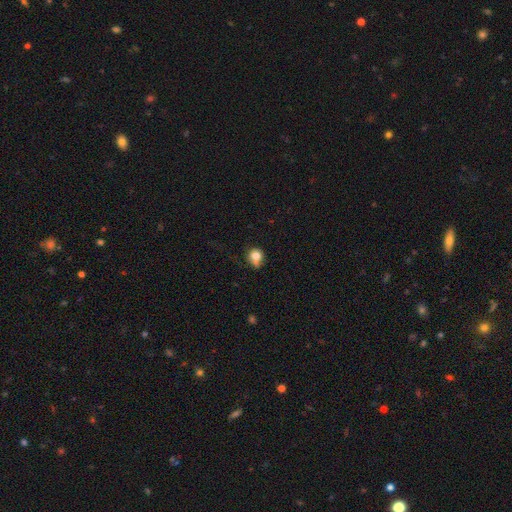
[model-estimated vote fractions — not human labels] A smooth galaxy with no disk features (76%) that is round (74%).

Vote fractions:
- Smooth or featured? smooth: 76% / featured or disk: 13% / star or artifact: 12%
- How rounded? round: 74% / in between: 25% / cigar-shaped: 1%
- Merging? none: 47% / minor disturbance: 31% / major disturbance: 12% / merger: 10%